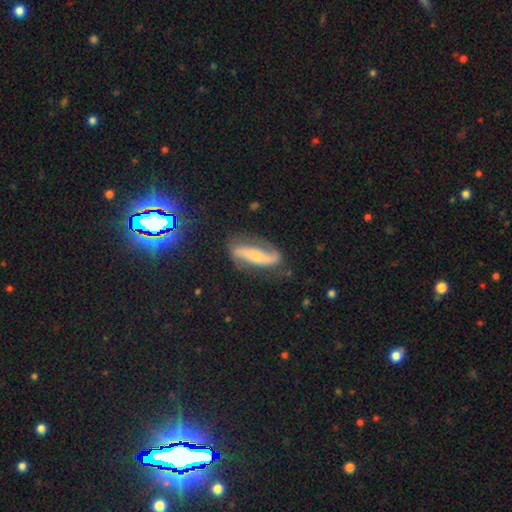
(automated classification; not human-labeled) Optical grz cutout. It shows a featured or disk galaxy (74%) with a strong bar (45%), 2 (87%) loose (57%) spiral arms (91%) and a small central bulge (52%). Merging: none (75%).